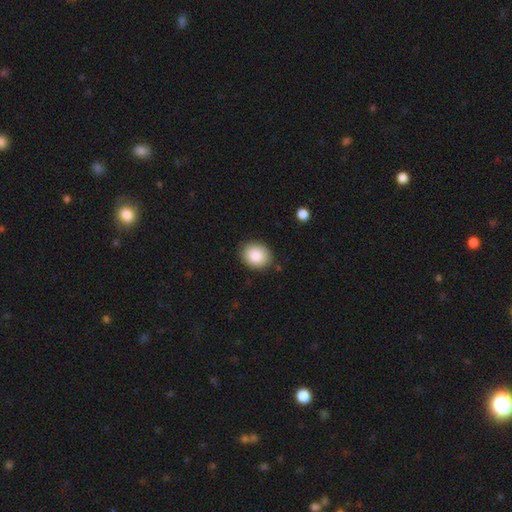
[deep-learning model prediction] The model was most divided on "how rounded": round: 55%, in between: 44%, cigar-shaped: 1%. More confident: smooth or featured — smooth (88%); merging — none (86%).